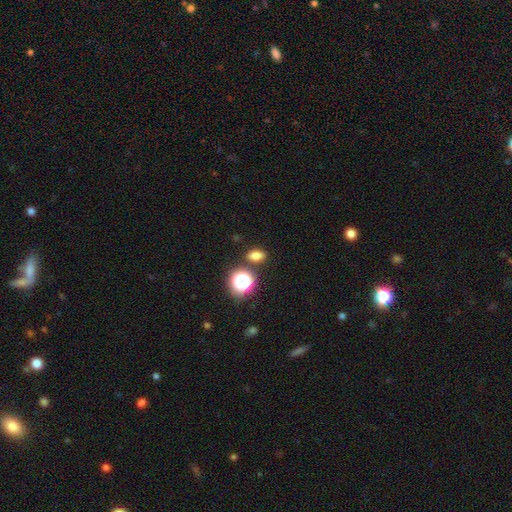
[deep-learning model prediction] A smooth galaxy with no disk features (76%) that is in between round and cigar-shaped (74%).

Vote fractions:
- Smooth or featured? smooth: 76% / star or artifact: 19% / featured or disk: 6%
- How rounded? in between: 74% / round: 23% / cigar-shaped: 3%
- Merging? none: 82% / minor disturbance: 10% / merger: 6% / major disturbance: 3%